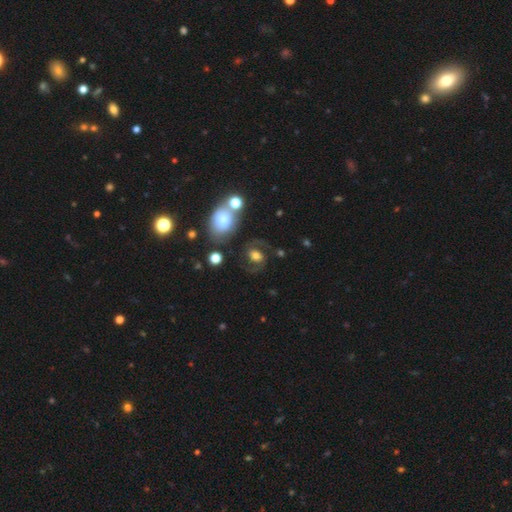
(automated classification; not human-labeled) Morphology: type=featured or disk (62%); edge-on=no (97%); bar=no (50%); spiral arms=yes (87%); winding=medium (51%); arm count=2 (91%); bulge=moderate (51%); merging=none (72%).